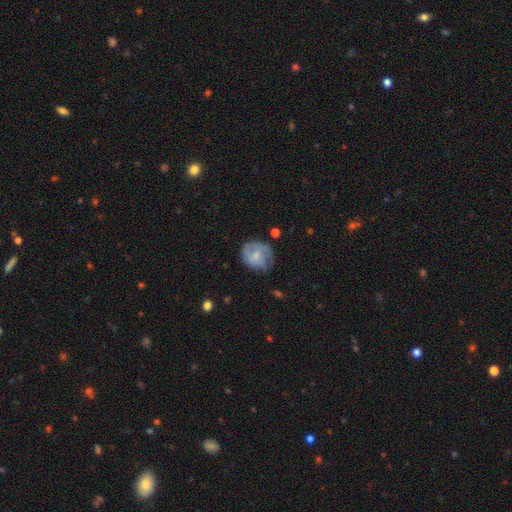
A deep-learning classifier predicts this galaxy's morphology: This appears to be a featured or disk galaxy (49%). Merging: none (59%).